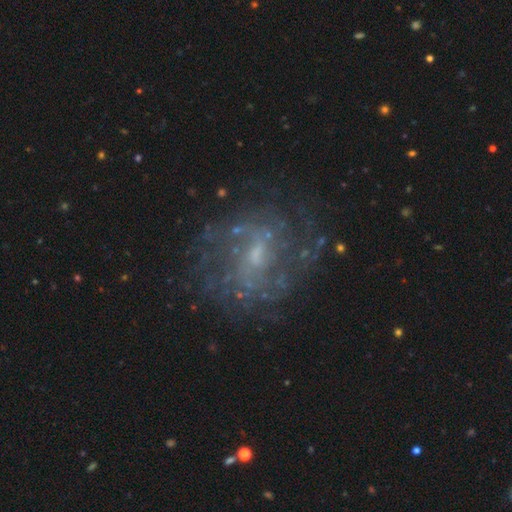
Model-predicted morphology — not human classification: Smooth or featured? Predicted: featured or disk (p=0.75). Edge-on disk? Predicted: no (p=0.97). Bar? Predicted: weak (p=0.47). Spiral arms? Predicted: yes (p=0.74). Spiral winding? Predicted: medium (p=0.40). Spiral arm count? Predicted: can't tell (p=0.50). Bulge size? Predicted: small (p=0.59). Merging? Predicted: none (p=0.71).